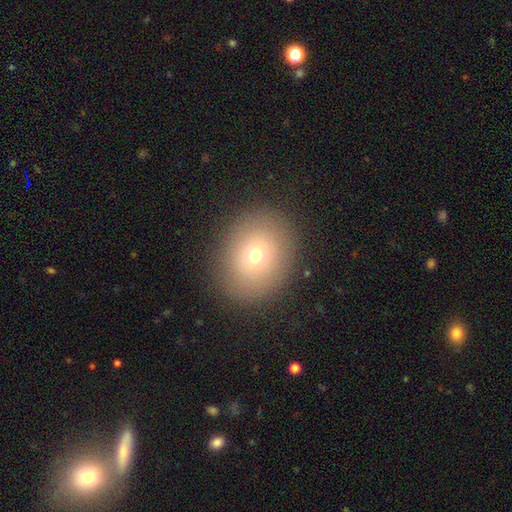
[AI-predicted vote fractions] Morphology: type=smooth (71%); roundness=round (59%); merging=none (87%).